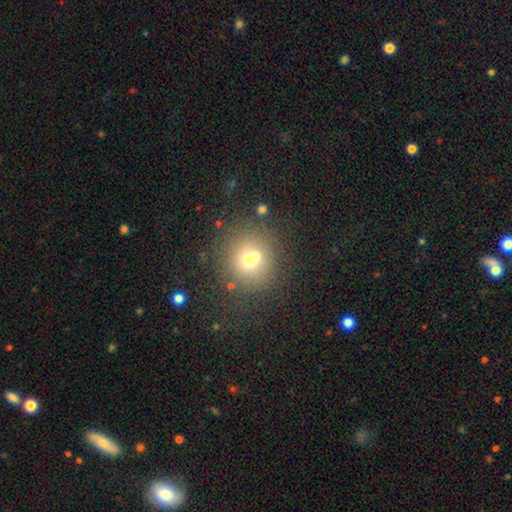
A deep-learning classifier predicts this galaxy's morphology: Smooth or featured? smooth (65%)
How rounded? round (89%)
Merging? none (62%)